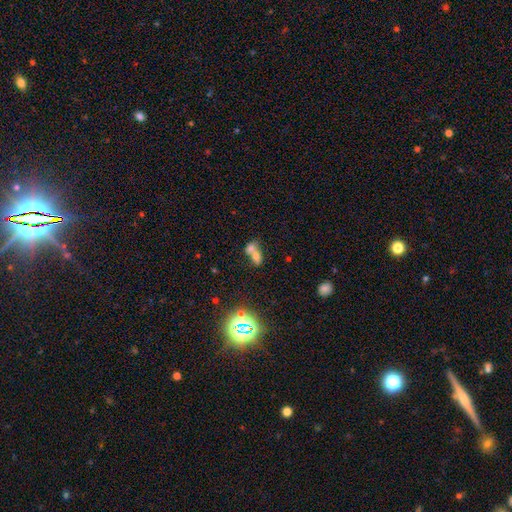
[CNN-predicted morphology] A smooth galaxy with no disk features (61%) that is in between round and cigar-shaped (71%). Merging: merger (70%).